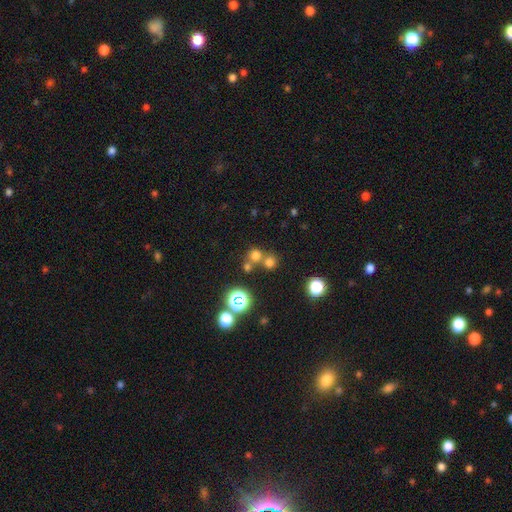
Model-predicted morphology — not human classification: type=smooth (64%); roundness=round (89%); merging=none (58%).